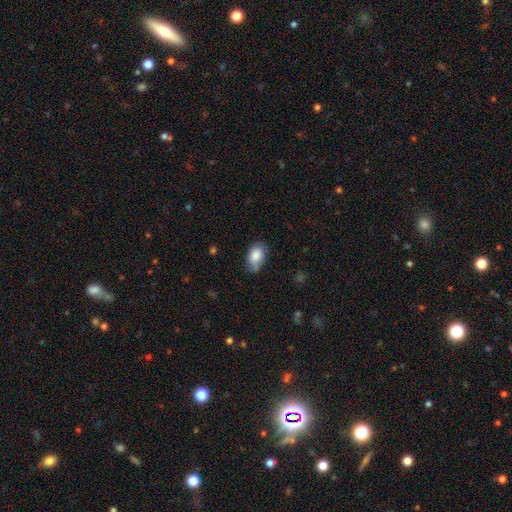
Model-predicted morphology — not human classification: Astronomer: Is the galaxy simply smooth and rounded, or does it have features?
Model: smooth — 83%.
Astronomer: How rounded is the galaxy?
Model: in between — 90%.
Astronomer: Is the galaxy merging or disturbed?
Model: none — 63%.